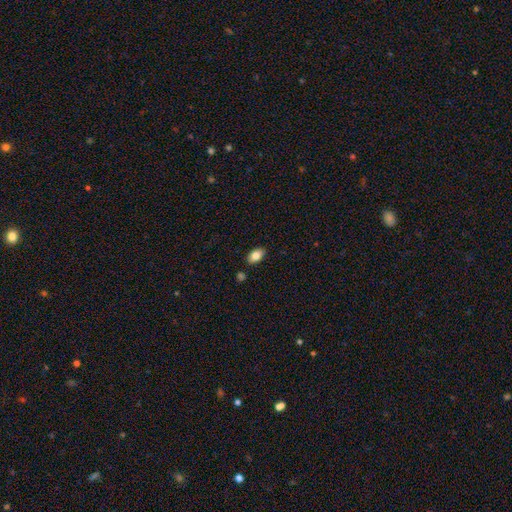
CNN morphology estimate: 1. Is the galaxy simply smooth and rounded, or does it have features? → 82% smooth, 10% featured or disk, 8% star or artifact.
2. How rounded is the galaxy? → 92% in between, 6% round, 3% cigar-shaped.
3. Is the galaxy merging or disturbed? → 85% none, 10% minor disturbance, 3% merger, 2% major disturbance.